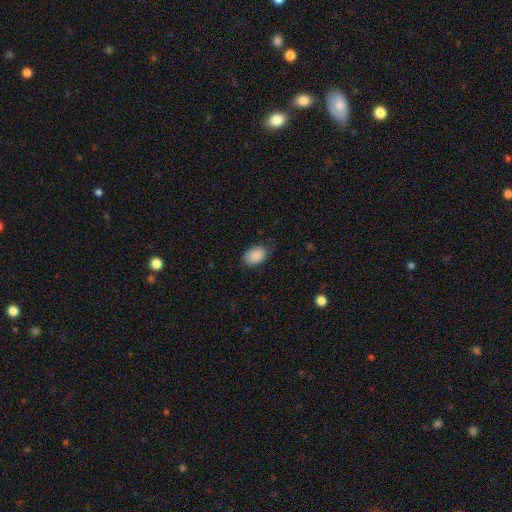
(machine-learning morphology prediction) type=smooth (88%); roundness=in between (85%); merging=none (74%).